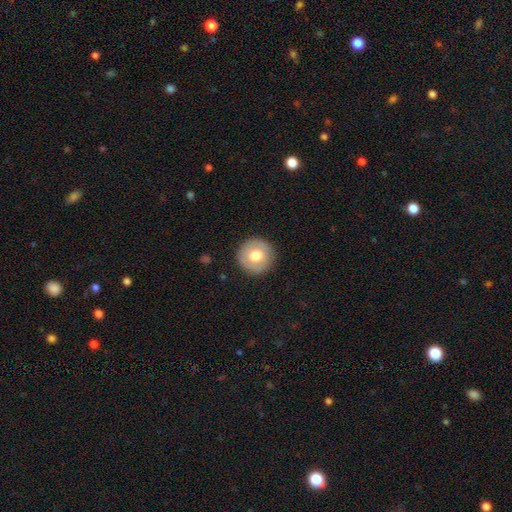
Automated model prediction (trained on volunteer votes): Smooth or featured: smooth — 68% (featured or disk — 24%)
How rounded: round — 95% (in between — 4%)
Merging: none — 89% (minor disturbance — 8%)